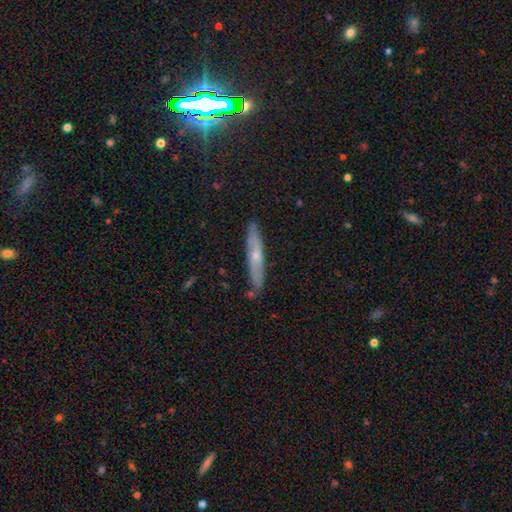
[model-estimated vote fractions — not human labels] A featured or disk galaxy (50%). Merging: none (85%).